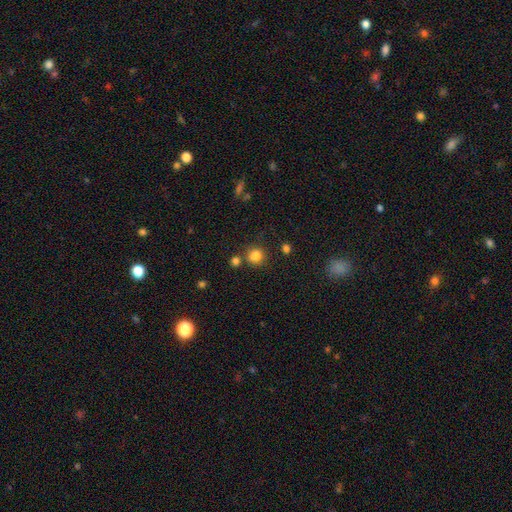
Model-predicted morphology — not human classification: This is clearly a smooth galaxy (82%). How rounded: clearly round (89%). Merging: likely none (75%).